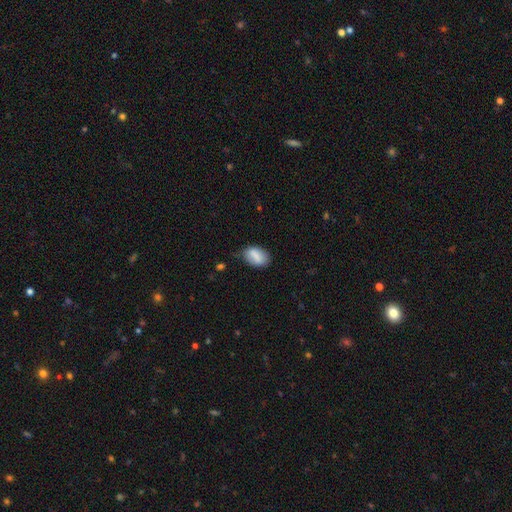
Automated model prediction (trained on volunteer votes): smooth_or_featured: smooth (p=0.79) [alt: featured or disk p=0.14]
how_rounded: in between (p=0.87) [alt: round p=0.10]
merging: none (p=0.70) [alt: minor disturbance p=0.22]